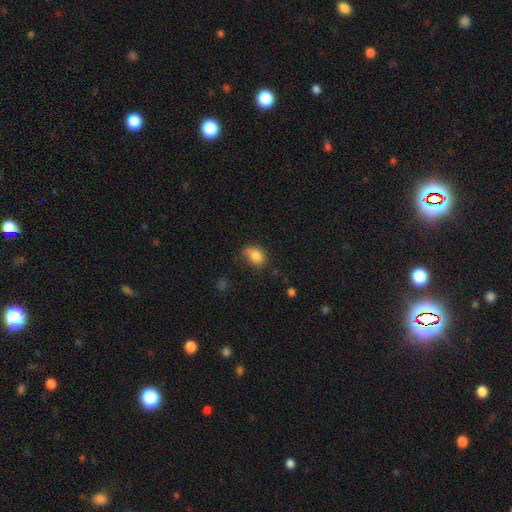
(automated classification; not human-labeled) Smooth or featured: smooth — 82% (star or artifact — 10%)
How rounded: in between — 66% (round — 32%)
Merging: none — 48% (minor disturbance — 32%)